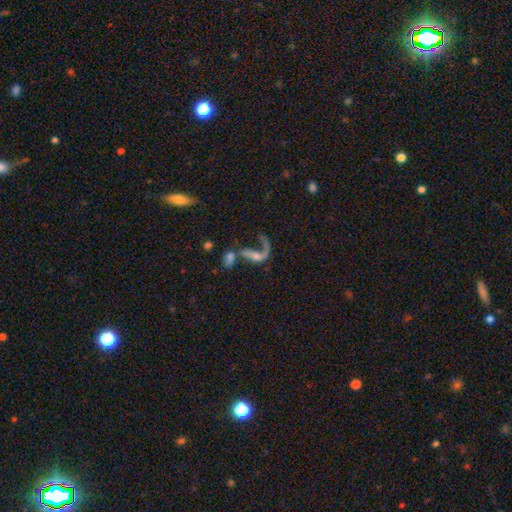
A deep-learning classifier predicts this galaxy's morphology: Smooth or featured: featured or disk — 63% (smooth — 23%)
Edge-on disk: no — 87% (yes — 13%)
Bar: no — 60% (weak — 25%)
Spiral arms: yes — 67% (no — 33%)
Bulge size: small — 41% (moderate — 27%)
Merging: merger — 33% (major disturbance — 32%)